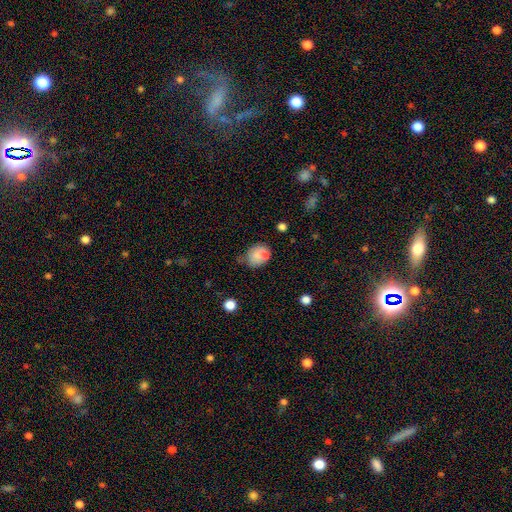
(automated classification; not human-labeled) Smooth or featured?
  - smooth: 81% *
  - featured or disk: 9%
  - star or artifact: 9%
How rounded?
  - in between: 52% *
  - round: 47%
  - cigar-shaped: 1%
Merging?
  - none: 48% *
  - minor disturbance: 35%
  - major disturbance: 11%
  - merger: 6%